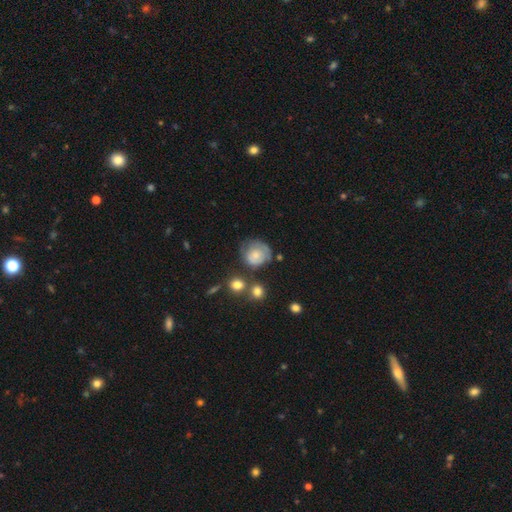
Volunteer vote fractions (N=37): Smooth or featured: featured or disk — 62% (smooth — 32%)
Edge-on disk: no — 100%
Bar: no — 78% (weak — 13%)
Spiral arms: yes — 91% (no — 9%)
Spiral winding: tight — 76% (medium — 24%)
Spiral arm count: 2 — 48% (can't tell — 29%)
Bulge size: moderate — 57% (small — 35%)
Merging: none — 60% (minor disturbance — 29%)